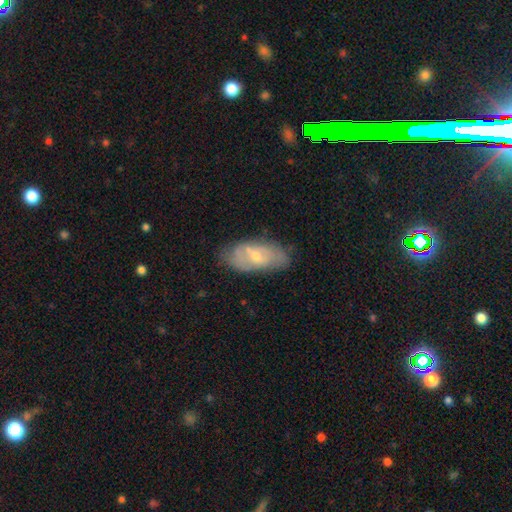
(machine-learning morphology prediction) This is possibly a featured or disk galaxy (55%). It is clearly not viewed edge-on (88%). Merging: likely none (69%).